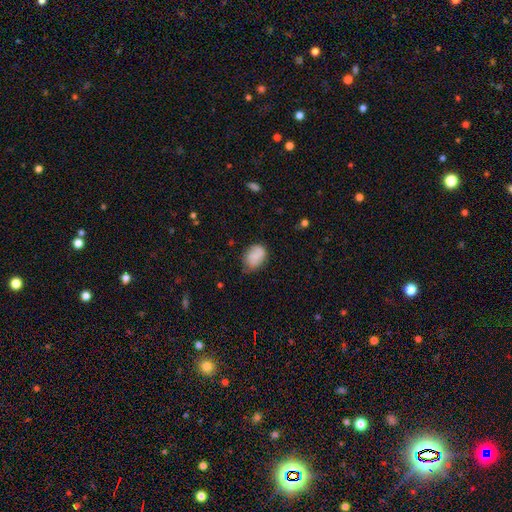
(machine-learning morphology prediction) type=smooth (73%); roundness=in between (75%); merging=none (59%).